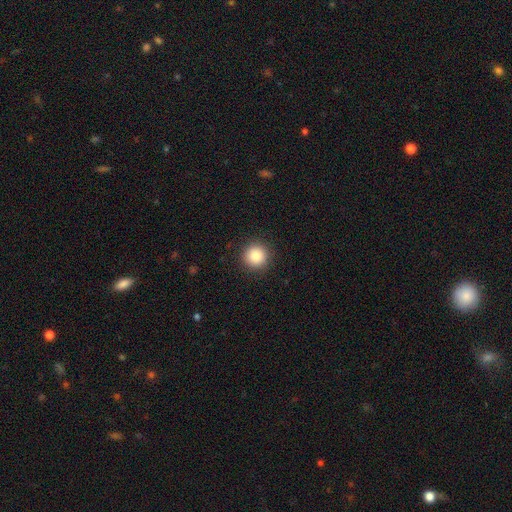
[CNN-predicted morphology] Smooth or featured? Predicted: smooth (p=0.85). How rounded? Predicted: round (p=0.95). Merging? Predicted: none (p=0.92).